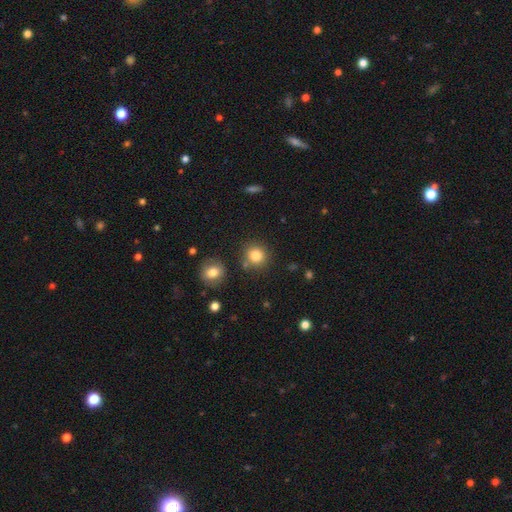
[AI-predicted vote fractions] The model was most divided on "merging": none: 79%, minor disturbance: 9%, merger: 9%, major disturbance: 3%. More confident: how rounded — round (90%); smooth or featured — smooth (82%).